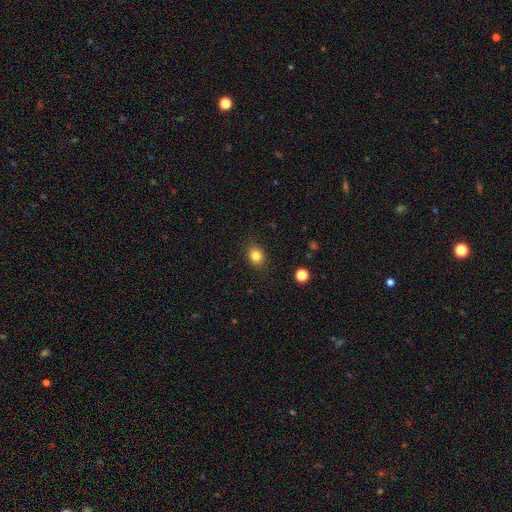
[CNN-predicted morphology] smooth 83%, star or artifact 11%, featured or disk 6%. Down the decision tree: how rounded — round (53%); merging — none (87%).